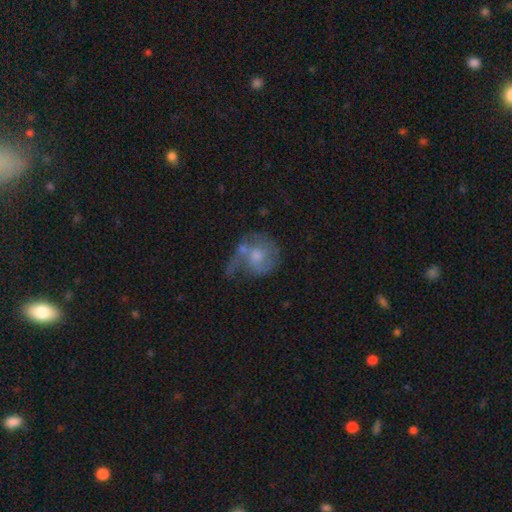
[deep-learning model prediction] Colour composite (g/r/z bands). It shows a featured or disk galaxy (56%) with no bar (75%), spiral arms (69%) and a moderate central bulge (51%). Merging: major disturbance (31%, tied with none).